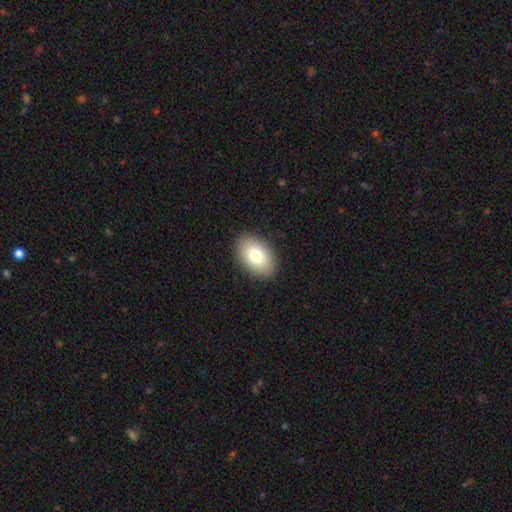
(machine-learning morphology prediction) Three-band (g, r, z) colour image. It shows a smooth galaxy with no disk features (79%) that is in between round and cigar-shaped (90%). Merging: none (89%).